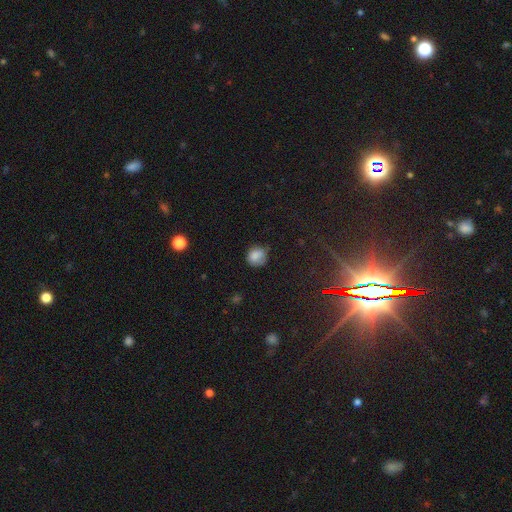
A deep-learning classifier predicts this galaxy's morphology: The model was most divided on "merging": none: 58%, minor disturbance: 31%, major disturbance: 9%, merger: 3%. More confident: smooth or featured — smooth (80%); how rounded — round (76%).